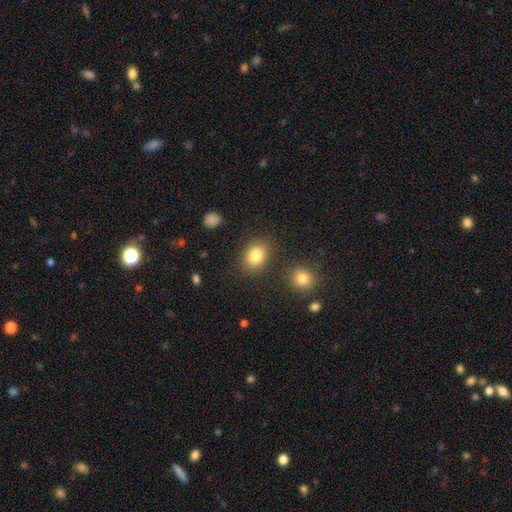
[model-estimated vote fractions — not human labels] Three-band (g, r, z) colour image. It shows a smooth galaxy with no disk features (83%) that is in between round and cigar-shaped (60%). Merging: none (81%).